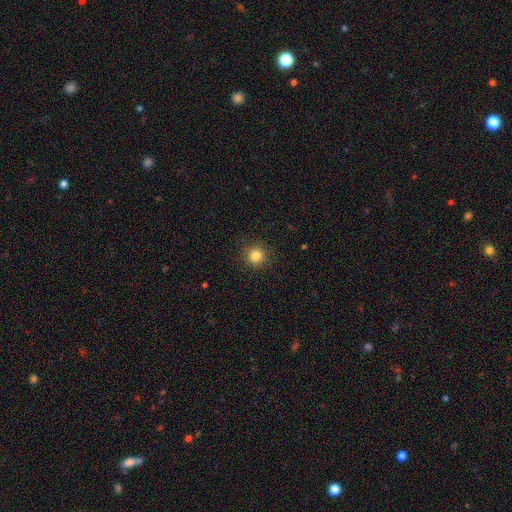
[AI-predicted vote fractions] Q: Smooth or featured?
A: smooth (83%); runner-up: star or artifact (12%)
Q: How rounded?
A: round (95%); runner-up: in between (4%)
Q: Merging?
A: none (91%); runner-up: minor disturbance (6%)